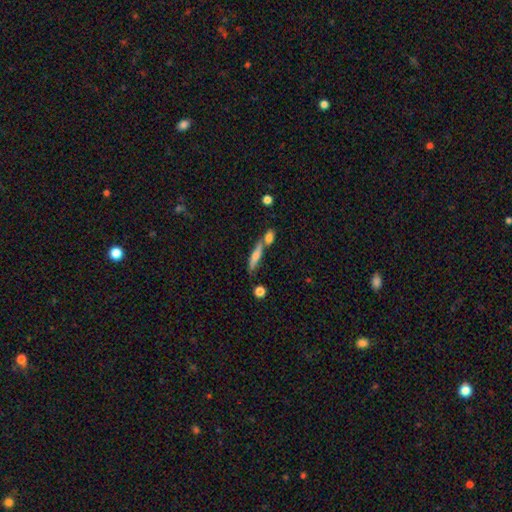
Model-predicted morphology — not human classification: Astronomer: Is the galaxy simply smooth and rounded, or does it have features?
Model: smooth — 52% (runner-up: featured or disk, 39%).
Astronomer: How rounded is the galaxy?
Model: cigar-shaped — 82%.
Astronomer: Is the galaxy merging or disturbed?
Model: none — 56%.